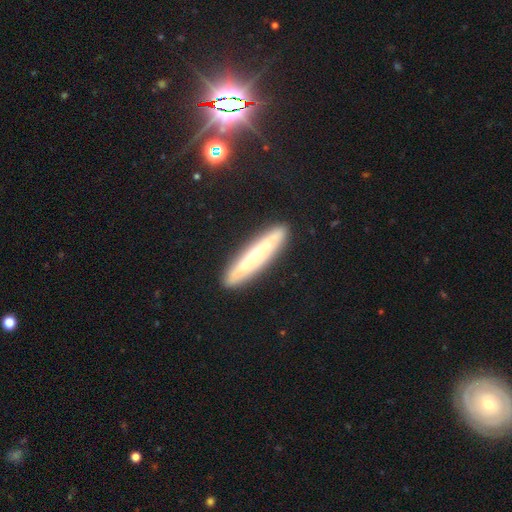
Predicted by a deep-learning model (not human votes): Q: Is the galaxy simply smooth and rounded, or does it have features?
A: smooth — 48%.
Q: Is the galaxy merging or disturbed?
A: none — 89%.